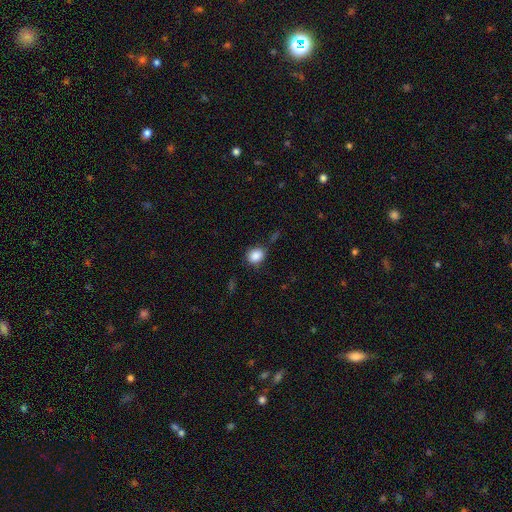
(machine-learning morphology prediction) Smooth or featured? Predicted: smooth (p=0.87). How rounded? Predicted: round (p=0.66). Merging? Predicted: none (p=0.73).